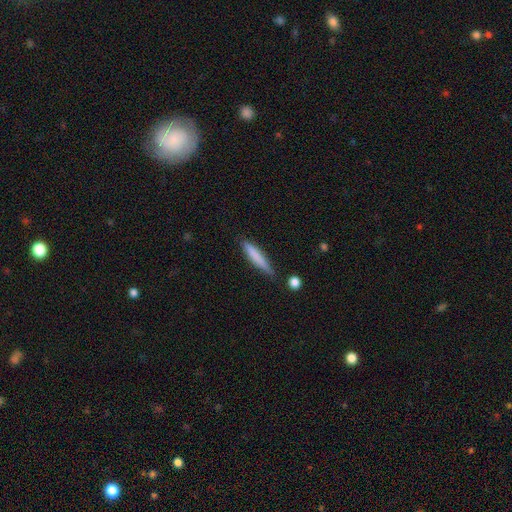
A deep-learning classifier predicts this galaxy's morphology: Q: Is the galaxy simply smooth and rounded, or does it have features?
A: smooth — 77%.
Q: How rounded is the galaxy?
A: cigar-shaped — 90%.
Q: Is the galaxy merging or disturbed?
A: none — 79%.